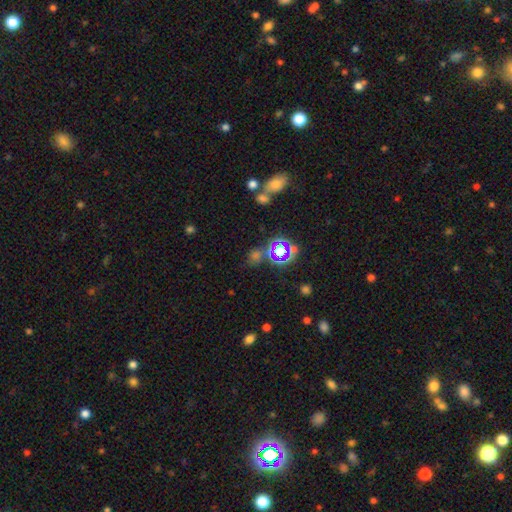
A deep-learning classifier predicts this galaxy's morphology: This appears to be a star or artifact, not a galaxy (58%).